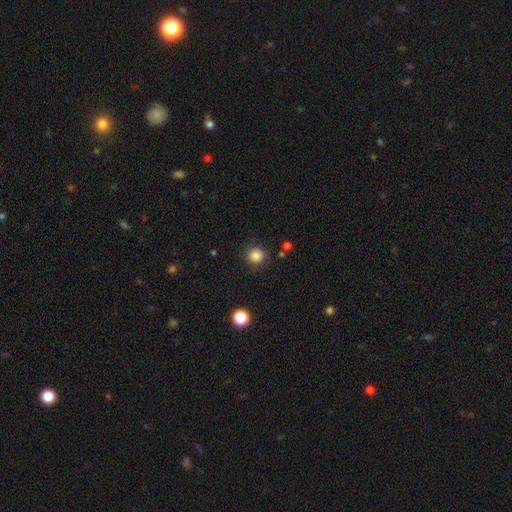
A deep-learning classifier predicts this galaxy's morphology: Smooth or featured? Predicted: smooth (p=0.86). How rounded? Predicted: round (p=0.92). Merging? Predicted: none (p=0.86).